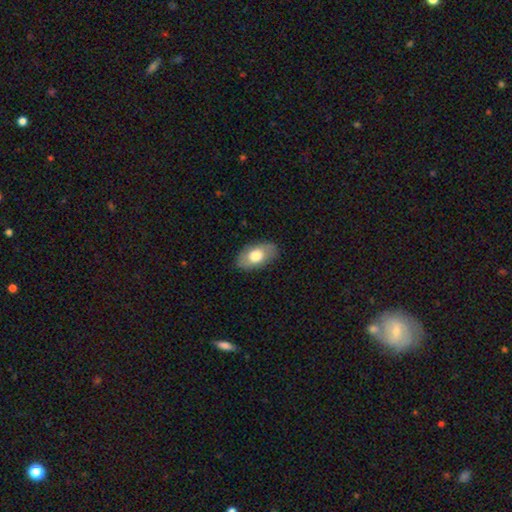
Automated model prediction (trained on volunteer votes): smooth_or_featured: smooth (p=0.67) [alt: featured or disk p=0.28]
how_rounded: in between (p=0.93) [alt: round p=0.05]
merging: none (p=0.84) [alt: minor disturbance p=0.12]